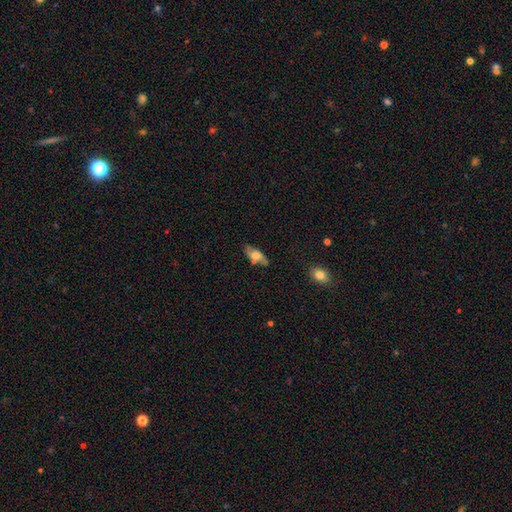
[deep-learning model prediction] Morphology: type=smooth (52%); roundness=in between (76%); merging=none (68%).